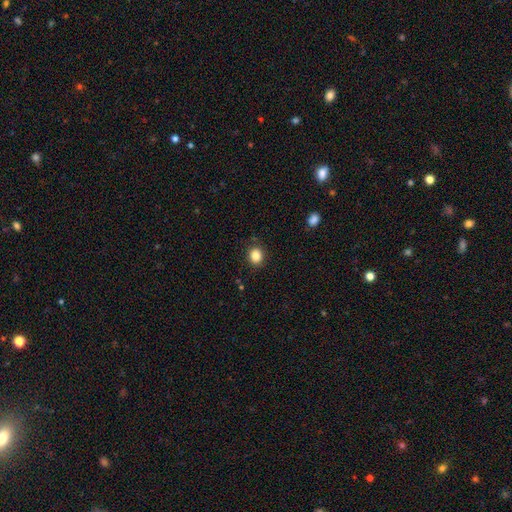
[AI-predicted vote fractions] The model was most divided on "how rounded": round: 76%, in between: 23%, cigar-shaped: 1%. More confident: merging — none (88%); smooth or featured — smooth (85%).